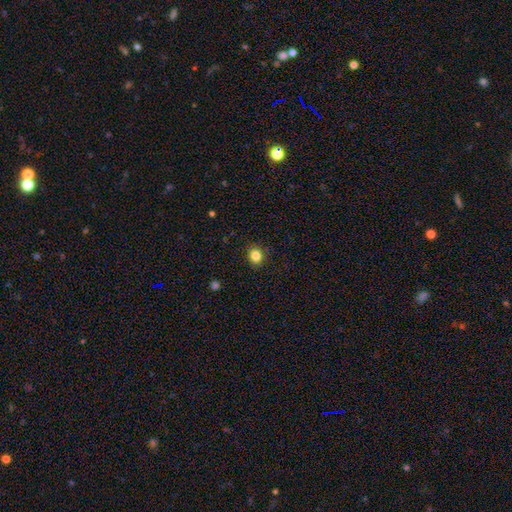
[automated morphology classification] type=smooth (84%); roundness=round (69%); merging=none (89%).